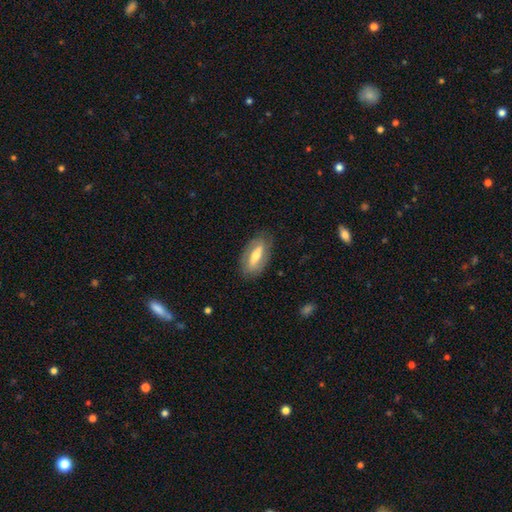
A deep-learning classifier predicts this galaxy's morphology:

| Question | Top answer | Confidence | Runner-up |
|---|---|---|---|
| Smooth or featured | featured or disk | 49% | smooth (44%) |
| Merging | none | 82% | minor disturbance (13%) |